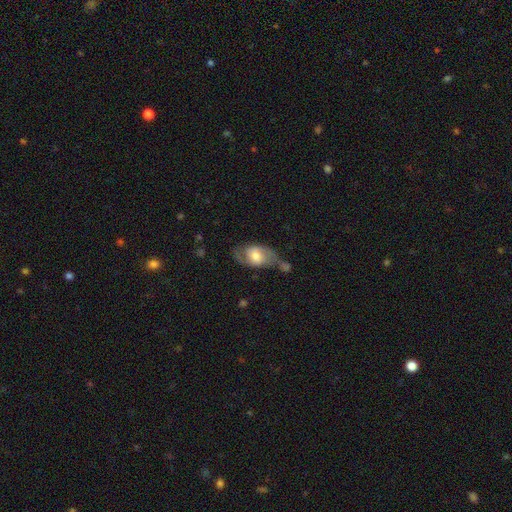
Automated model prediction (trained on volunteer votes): Smooth or featured?
  - featured or disk: 57% *
  - smooth: 36%
  - star or artifact: 7%
Edge-on disk?
  - no: 92% *
  - yes: 8%
Bar?
  - no: 52% *
  - weak: 38%
  - strong: 11%
Spiral arms?
  - yes: 78% *
  - no: 22%
Bulge size?
  - moderate: 52% *
  - large: 28%
  - small: 15%
  - dominant: 3%
  - none: 3%
Merging?
  - none: 44% *
  - minor disturbance: 23%
  - major disturbance: 17%
  - merger: 16%